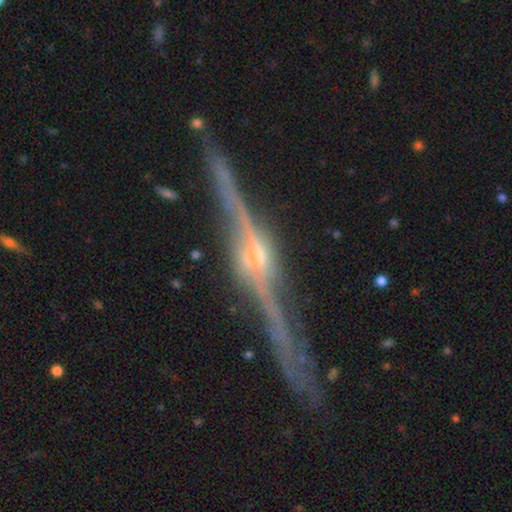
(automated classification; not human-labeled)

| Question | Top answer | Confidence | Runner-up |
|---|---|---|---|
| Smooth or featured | featured or disk | 90% | star or artifact (5%) |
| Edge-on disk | yes | 95% | no (5%) |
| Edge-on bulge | rounded | 77% | boxy (14%) |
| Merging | none | 75% | minor disturbance (16%) |